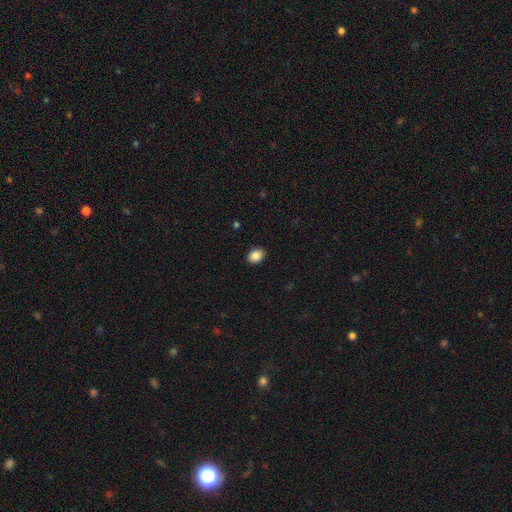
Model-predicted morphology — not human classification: type=smooth (88%); roundness=in between (62%); merging=none (90%).